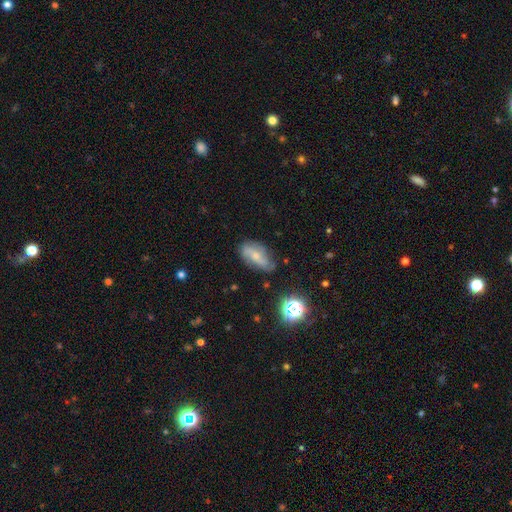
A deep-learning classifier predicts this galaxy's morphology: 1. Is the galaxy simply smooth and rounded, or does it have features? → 50% featured or disk, 39% smooth, 11% star or artifact.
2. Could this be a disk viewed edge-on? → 89% no, 11% yes.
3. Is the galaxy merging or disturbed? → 59% none, 29% minor disturbance, 9% major disturbance, 3% merger.